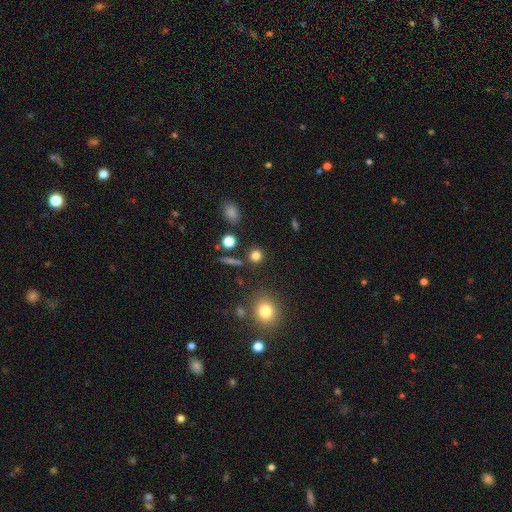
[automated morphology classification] This is likely a smooth galaxy (80%). How rounded: clearly round (88%). Merging: clearly none (83%).